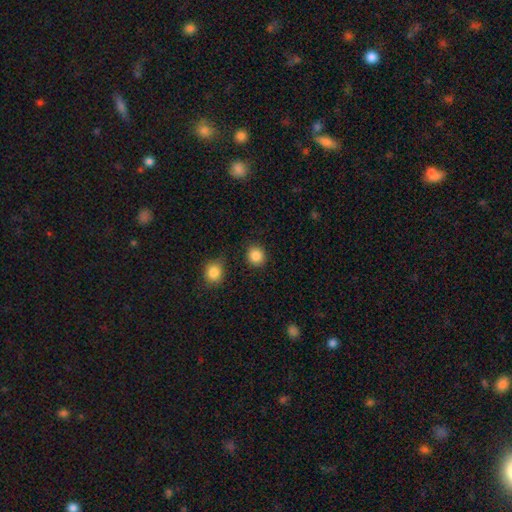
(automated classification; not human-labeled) Smooth or featured: smooth — 87% (star or artifact — 10%)
How rounded: round — 86% (in between — 13%)
Merging: none — 86% (minor disturbance — 8%)